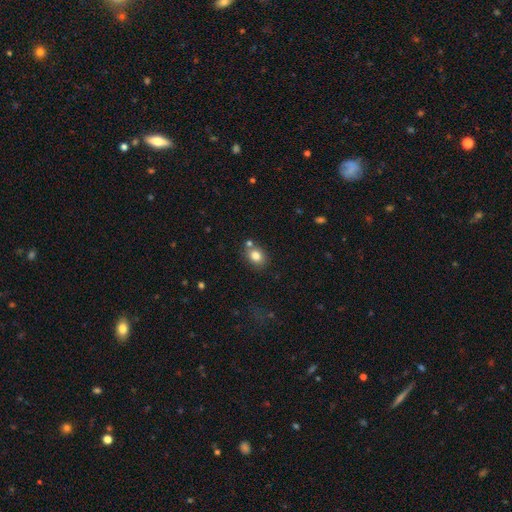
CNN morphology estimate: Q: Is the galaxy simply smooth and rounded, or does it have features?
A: smooth — 81%.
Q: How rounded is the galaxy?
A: in between — 52%.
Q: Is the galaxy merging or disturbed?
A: none — 70%.